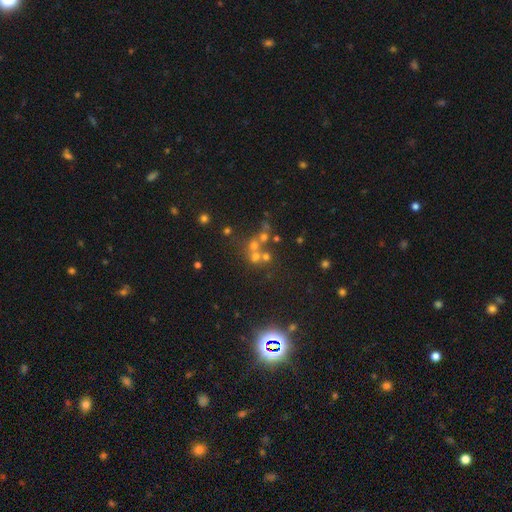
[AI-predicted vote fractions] Smooth or featured: star or artifact — 46% (smooth — 32%)